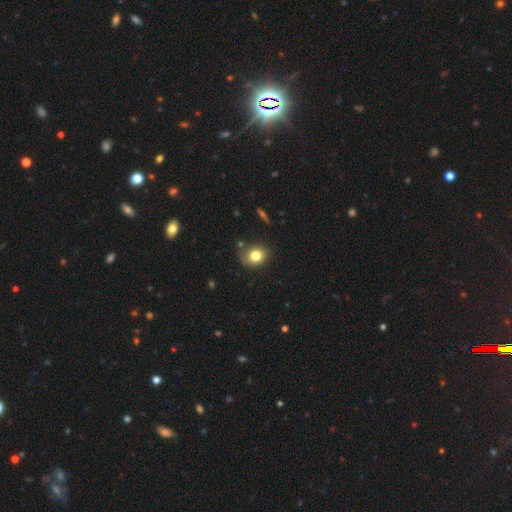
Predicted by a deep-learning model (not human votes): This is likely a smooth galaxy (79%). How rounded: possibly round (53%). Merging: likely none (77%).